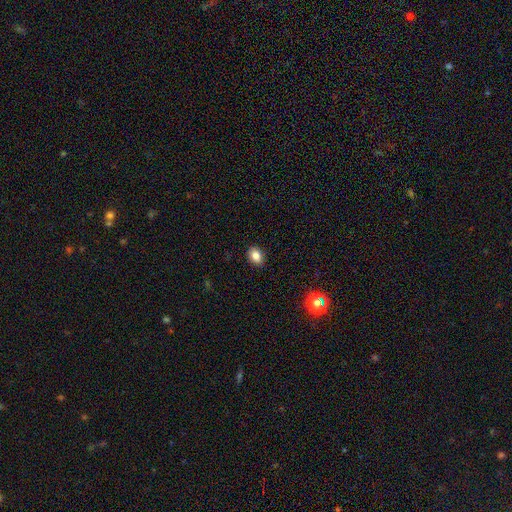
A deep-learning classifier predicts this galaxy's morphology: Smooth or featured: smooth — 83% (star or artifact — 10%)
How rounded: in between — 68% (round — 31%)
Merging: none — 89% (minor disturbance — 8%)